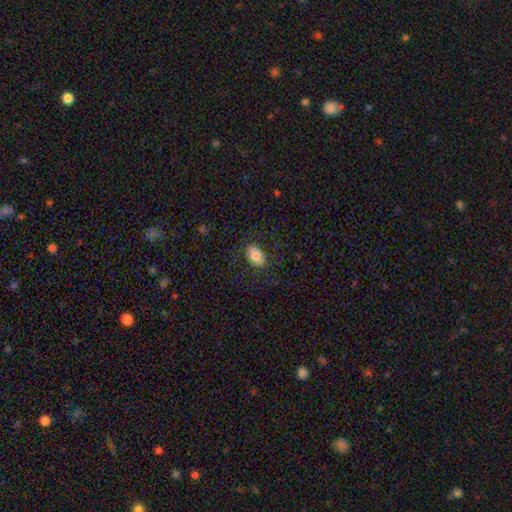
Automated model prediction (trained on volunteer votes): Smooth or featured? Predicted: smooth (p=0.78). How rounded? Predicted: in between (p=0.89). Merging? Predicted: none (p=0.84).